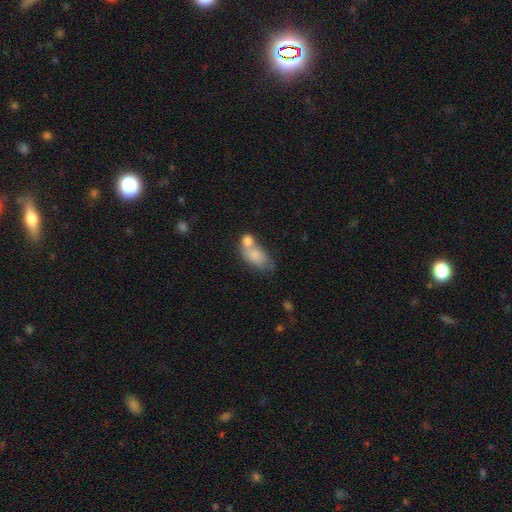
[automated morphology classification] Overall: smooth (76%). How rounded: in between (85%). Merging: merger (53%; none 26%).